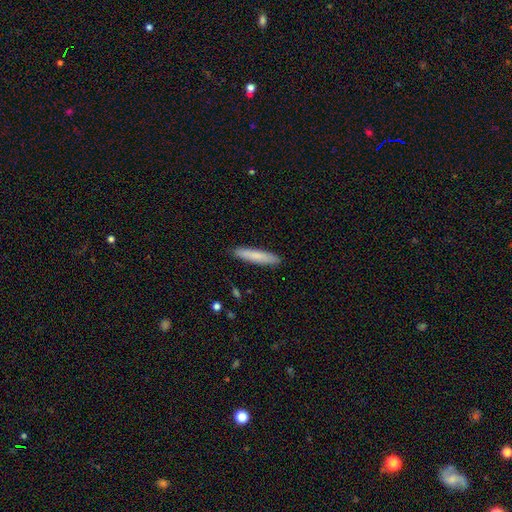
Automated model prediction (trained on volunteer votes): This is likely a smooth galaxy (79%). How rounded: clearly cigar-shaped (91%). Merging: clearly none (90%).